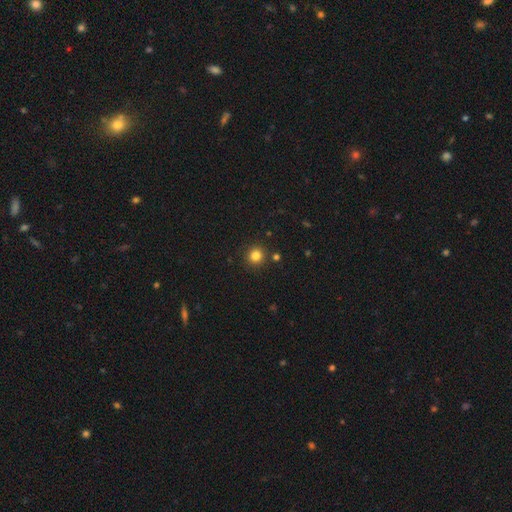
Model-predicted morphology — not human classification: Smooth or featured? Predicted: smooth (p=0.82). How rounded? Predicted: round (p=0.94). Merging? Predicted: none (p=0.89).